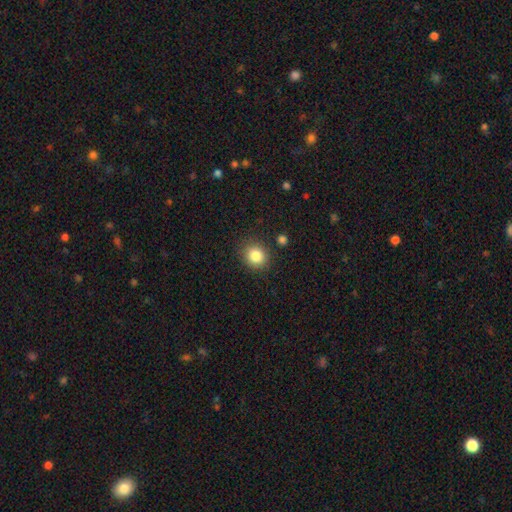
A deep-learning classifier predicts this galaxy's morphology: smooth_or_featured: smooth (p=0.85) [alt: star or artifact p=0.10]
how_rounded: round (p=0.78) [alt: in between p=0.21]
merging: none (p=0.86) [alt: minor disturbance p=0.09]